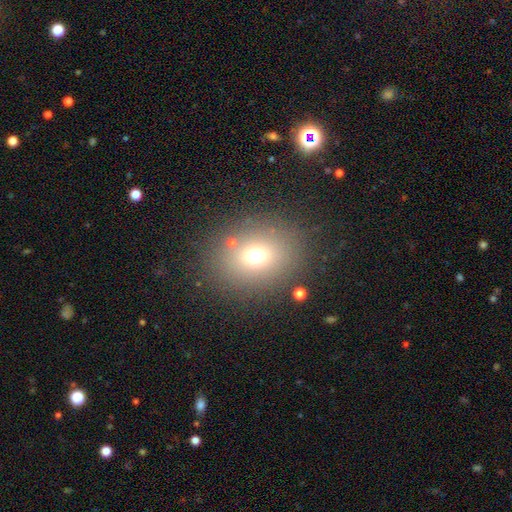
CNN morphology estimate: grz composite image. It shows a smooth galaxy with no disk features (68%) that is round (55%). Merging: none (82%).